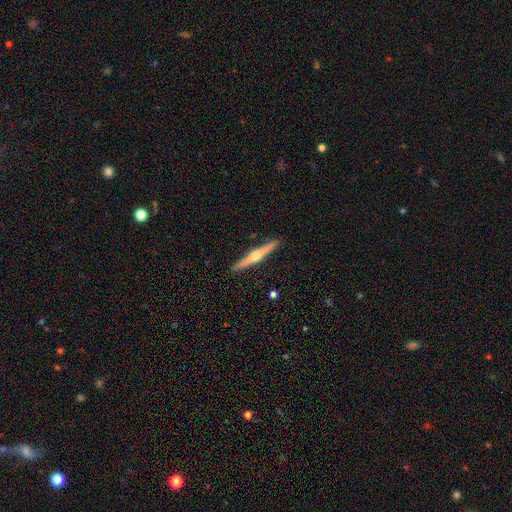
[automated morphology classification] smooth-or-featured: featured or disk: 72% | smooth: 23% | star or artifact: 5%
  disk-edge-on: yes: 98% | no: 2%
    edge-on-bulge: rounded: 93% | none: 4% | boxy: 3%
  merging: none: 92% | minor disturbance: 6% | major disturbance: 1% | merger: 1%